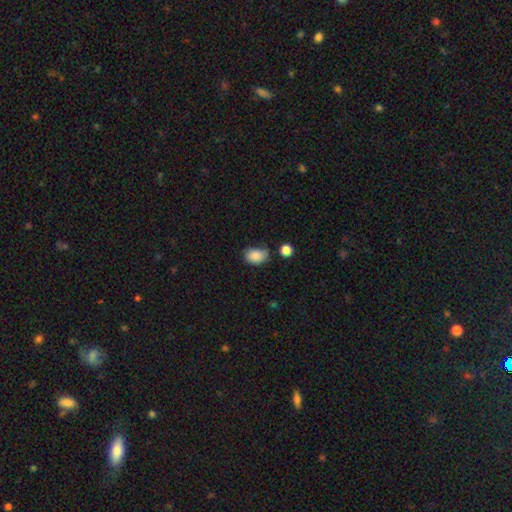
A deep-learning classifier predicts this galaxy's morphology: smooth_or_featured: smooth (p=0.86) [alt: star or artifact p=0.09]
how_rounded: in between (p=0.78) [alt: round p=0.21]
merging: none (p=0.58) [alt: minor disturbance p=0.29]